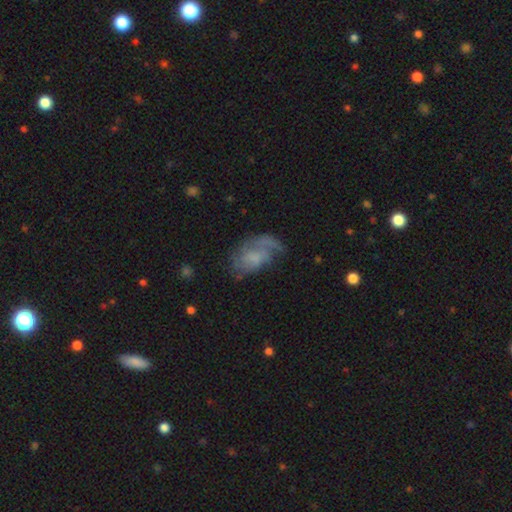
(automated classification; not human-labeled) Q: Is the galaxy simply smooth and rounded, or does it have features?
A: featured or disk — 59%.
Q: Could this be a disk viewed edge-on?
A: no — 96%.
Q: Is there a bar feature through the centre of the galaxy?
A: no — 69%.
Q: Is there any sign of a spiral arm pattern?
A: yes — 77%.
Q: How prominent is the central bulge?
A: none — 44%.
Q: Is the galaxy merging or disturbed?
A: none — 43%.